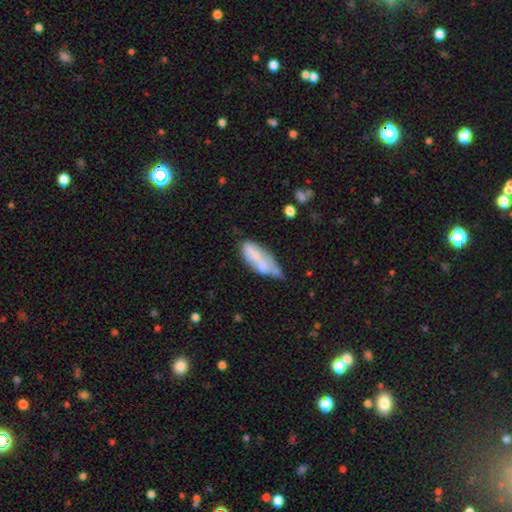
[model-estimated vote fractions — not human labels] Overall: smooth (59%; featured or disk 33%). How rounded: in between (75%). Merging: none (30%, tied with minor disturbance).